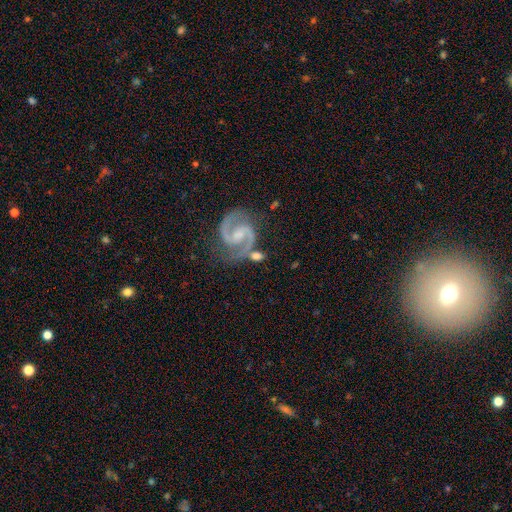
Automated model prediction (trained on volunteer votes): Overall: featured or disk (85%). Edge-on disk: no (97%). Bar: weak (44%; no 42%). Spiral arms: yes (97%). Spiral arm count: 2 (93%). Spiral winding: medium (62%). Bulge size: small (47%; moderate 28%). Merging: none (64%).